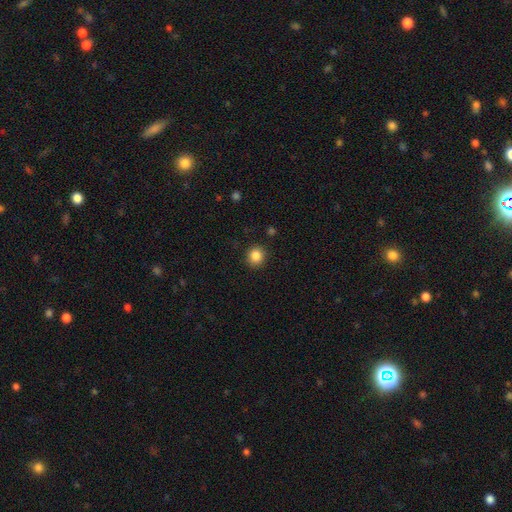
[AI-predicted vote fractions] This is clearly a smooth galaxy (85%). How rounded: clearly round (86%). Merging: clearly none (89%).